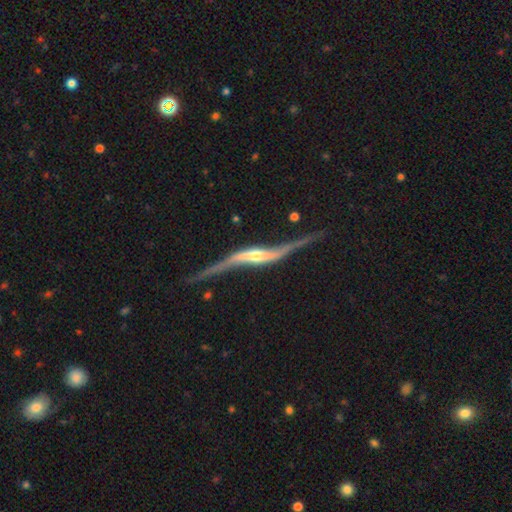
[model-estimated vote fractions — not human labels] smooth-or-featured: featured or disk: 90% | smooth: 6% | star or artifact: 4%
  disk-edge-on: no: 58% | yes: 42%
    bar: strong: 44% | weak: 28% | no: 27%
    has-spiral-arms: yes: 92% | no: 8%
    bulge-size: moderate: 45% | small: 42% | large: 6% | none: 5% | dominant: 2%
  merging: none: 52% | minor disturbance: 21% | major disturbance: 20% | merger: 7%